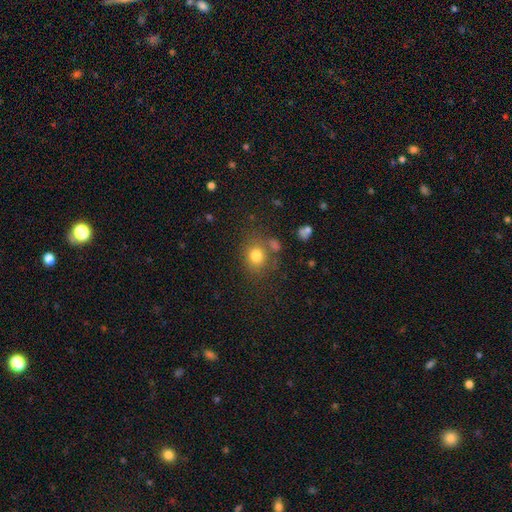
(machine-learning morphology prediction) A smooth galaxy with no disk features (79%) that is round (76%). Merging: none (69%).